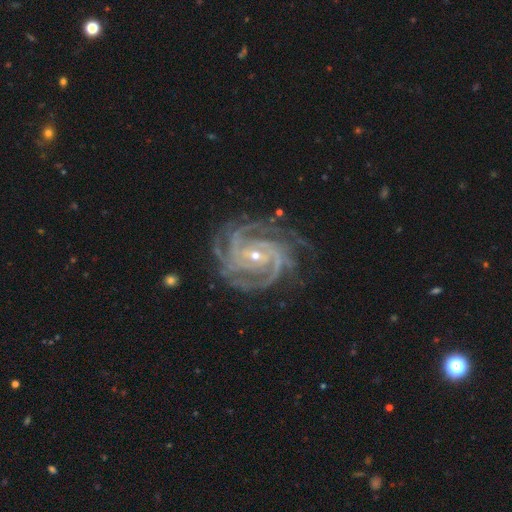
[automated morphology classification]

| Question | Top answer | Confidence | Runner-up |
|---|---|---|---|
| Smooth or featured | featured or disk | 93% | star or artifact (5%) |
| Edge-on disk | no | 98% | yes (2%) |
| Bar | weak | 41% | no (34%) |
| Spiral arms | yes | 99% | no (1%) |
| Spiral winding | tight | 71% | medium (26%) |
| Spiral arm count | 4 | 33% | 3 (19%) |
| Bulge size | small | 66% | moderate (31%) |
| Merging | none | 74% | minor disturbance (17%) |